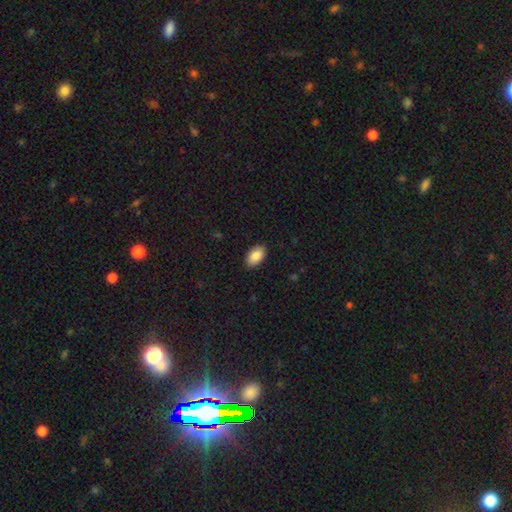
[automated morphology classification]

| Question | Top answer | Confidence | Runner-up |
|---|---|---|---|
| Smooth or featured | smooth | 88% | star or artifact (7%) |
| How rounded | in between | 94% | round (4%) |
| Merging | none | 88% | minor disturbance (9%) |